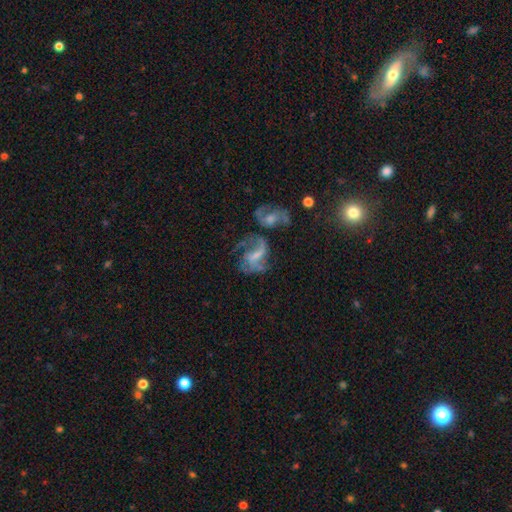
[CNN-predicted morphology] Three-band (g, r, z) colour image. It shows a featured or disk galaxy (67%) with a weak bar (45%), spiral arms (72%) and no central bulge (33%). Merging: major disturbance (31%).